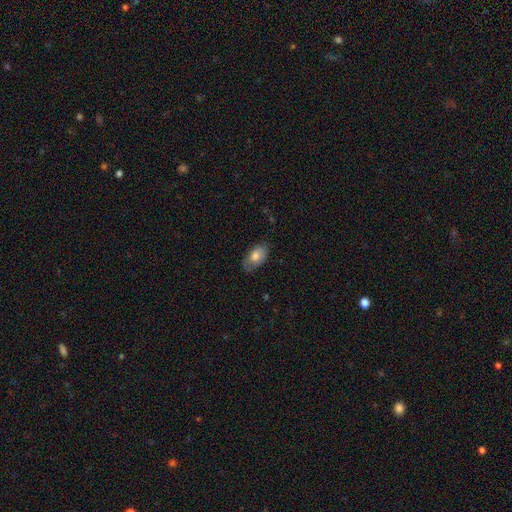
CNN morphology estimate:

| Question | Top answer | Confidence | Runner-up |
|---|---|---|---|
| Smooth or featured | smooth | 75% | featured or disk (18%) |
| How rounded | in between | 92% | round (6%) |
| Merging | none | 71% | minor disturbance (23%) |